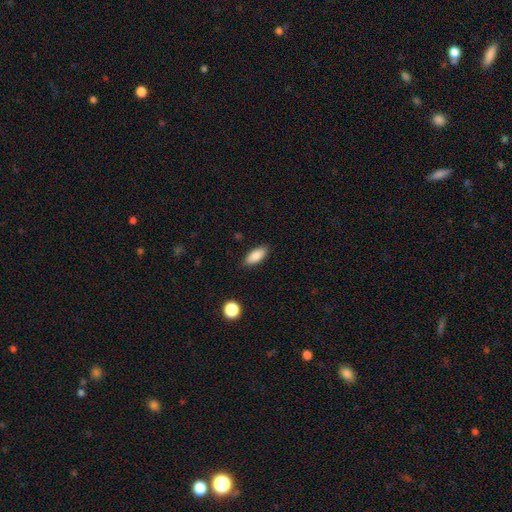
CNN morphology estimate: Smooth or featured?
  - smooth: 86% *
  - star or artifact: 7%
  - featured or disk: 7%
How rounded?
  - in between: 85% *
  - cigar-shaped: 12%
  - round: 2%
Merging?
  - none: 86% *
  - minor disturbance: 10%
  - major disturbance: 2%
  - merger: 1%